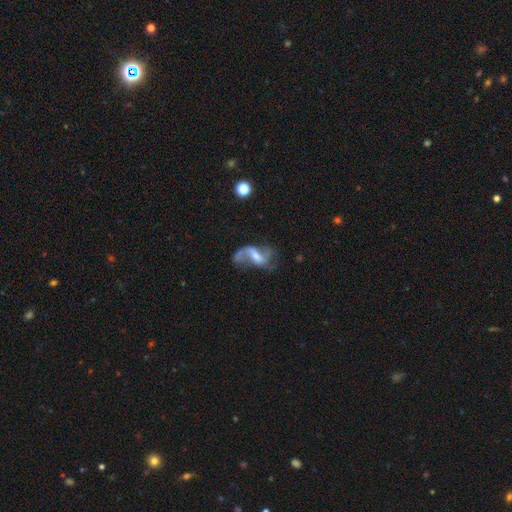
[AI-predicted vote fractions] A featured or disk galaxy (75%) with a weak bar (48%), 2 (62%) loose (72%) spiral arms (84%) and a moderate central bulge (42%). Merging: none (39%).